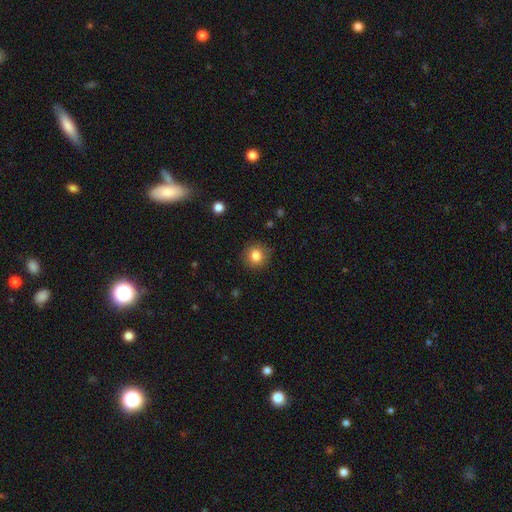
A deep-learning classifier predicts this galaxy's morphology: Q: Smooth or featured?
A: smooth (83%); runner-up: star or artifact (10%)
Q: How rounded?
A: round (92%); runner-up: in between (7%)
Q: Merging?
A: none (89%); runner-up: minor disturbance (8%)